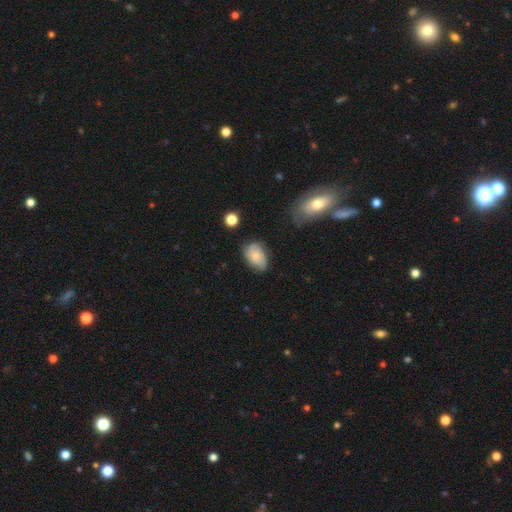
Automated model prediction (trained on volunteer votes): The model was most divided on "smooth or featured": smooth: 55%, featured or disk: 37%, star or artifact: 8%. More confident: how rounded — in between (84%); merging — none (60%).